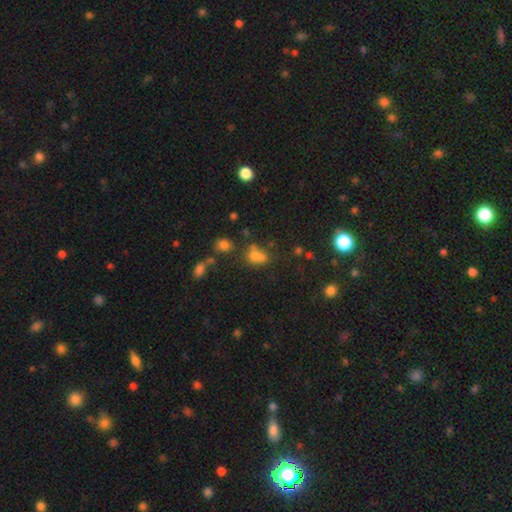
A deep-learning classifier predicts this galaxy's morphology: The model was most divided on "merging": none: 40%, merger: 38%, minor disturbance: 14%, major disturbance: 8%. More confident: smooth or featured — smooth (65%); how rounded — round (52%).